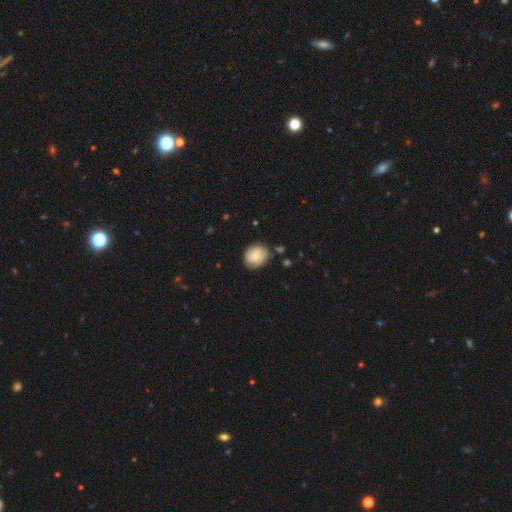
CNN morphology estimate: A smooth galaxy with no disk features (59%) that is round (64%).

Vote fractions:
- Smooth or featured? smooth: 59% / featured or disk: 33% / star or artifact: 8%
- How rounded? round: 64% / in between: 35% / cigar-shaped: 1%
- Merging? none: 75% / minor disturbance: 18% / major disturbance: 4% / merger: 3%